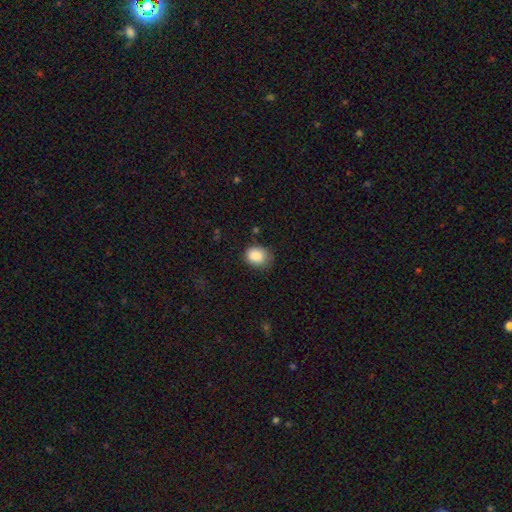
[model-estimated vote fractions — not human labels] Morphology: type=smooth (86%); roundness=round (58%); merging=none (67%).